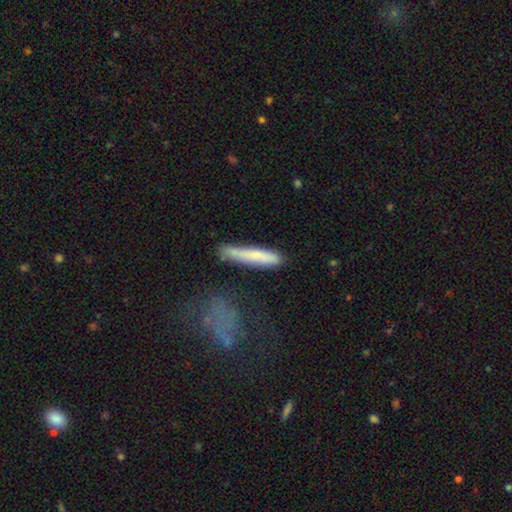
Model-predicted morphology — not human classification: smooth-or-featured: smooth: 65% | featured or disk: 28% | star or artifact: 7%
  how-rounded: cigar-shaped: 92% | in between: 6% | round: 2%
  merging: none: 72% | minor disturbance: 18% | major disturbance: 5% | merger: 4%